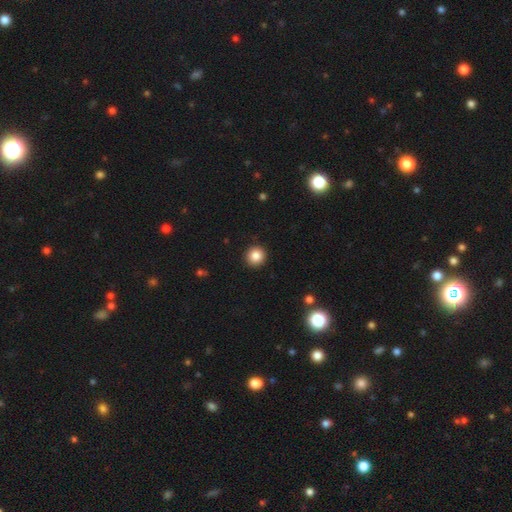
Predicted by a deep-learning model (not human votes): Smooth or featured? smooth (86%)
How rounded? round (94%)
Merging? none (92%)